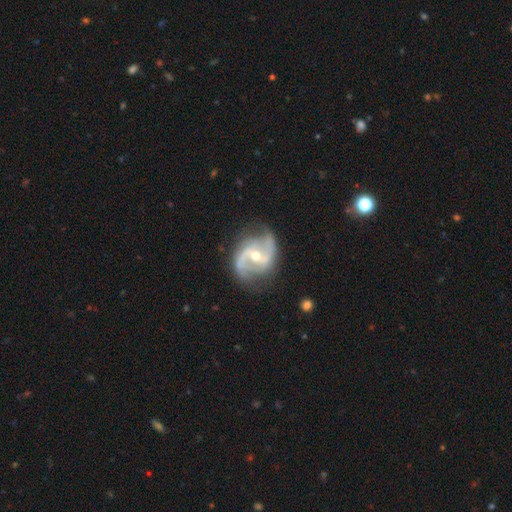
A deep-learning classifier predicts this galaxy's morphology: A featured or disk galaxy (90%) with a weak bar (41%), 2 (90%) medium (50%) spiral arms (97%) and a moderate central bulge (57%). Merging: none (76%).